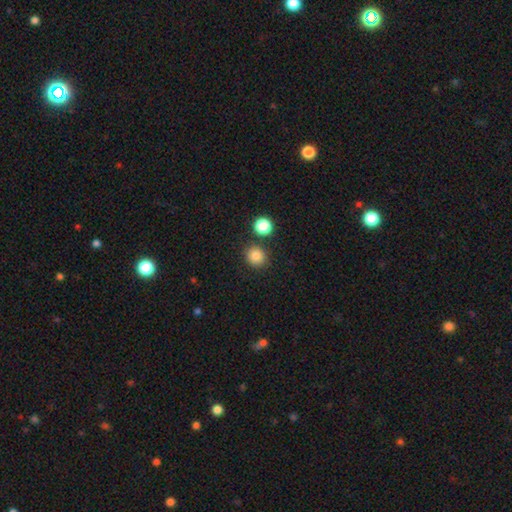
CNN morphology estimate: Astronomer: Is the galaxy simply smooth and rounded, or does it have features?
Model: smooth — 84%.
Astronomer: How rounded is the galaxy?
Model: round — 87%.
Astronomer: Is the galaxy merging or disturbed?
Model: none — 84%.